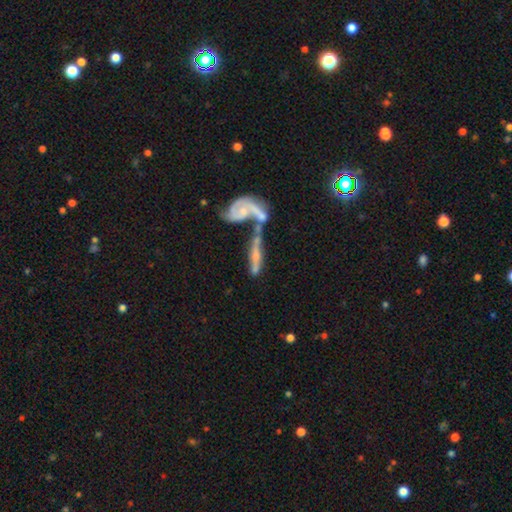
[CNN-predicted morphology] This is likely a featured or disk galaxy (67%). It is likely not viewed edge-on (61%). Merging: likely merger (63%).